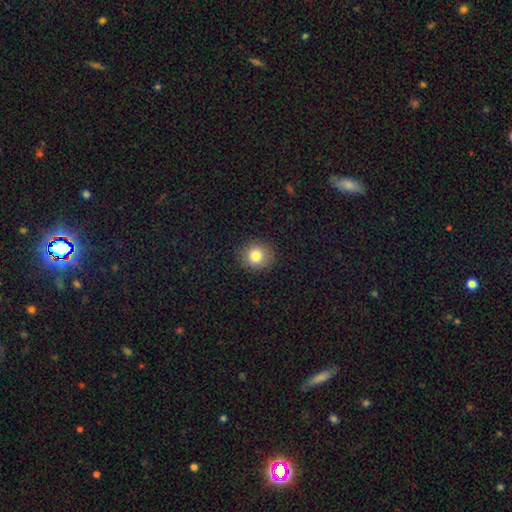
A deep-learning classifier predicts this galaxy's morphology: Overall: smooth (82%). How rounded: round (85%). Merging: none (89%).